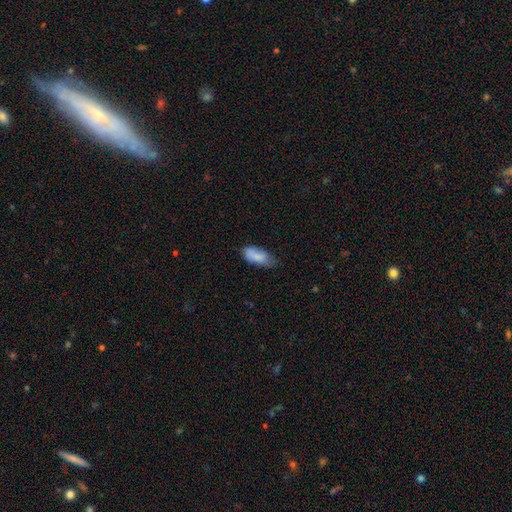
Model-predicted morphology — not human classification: A smooth galaxy with no disk features (82%) that is in between round and cigar-shaped (87%). Merging: none (50%).